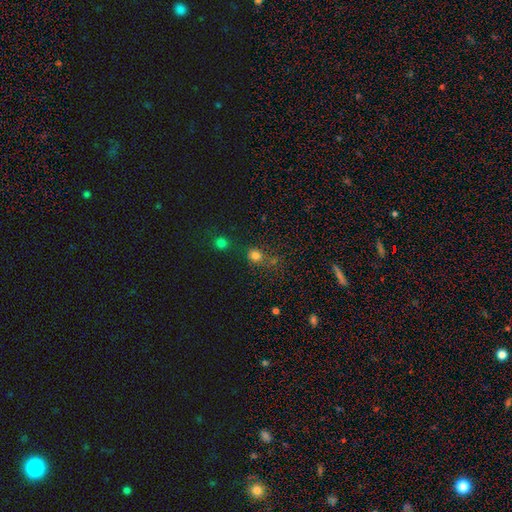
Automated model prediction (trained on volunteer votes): Smooth or featured: smooth — 74% (star or artifact — 20%)
How rounded: round — 83% (in between — 16%)
Merging: none — 67% (merger — 14%)